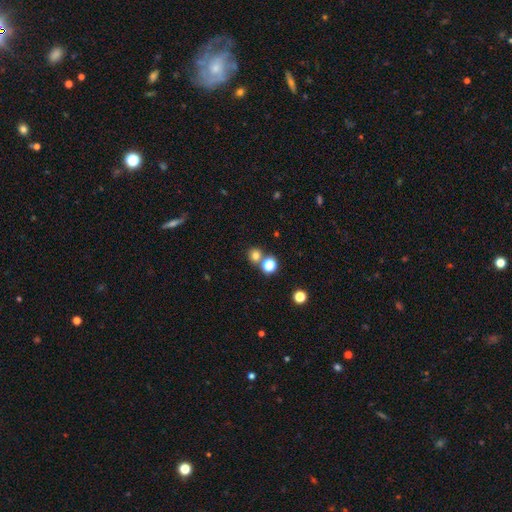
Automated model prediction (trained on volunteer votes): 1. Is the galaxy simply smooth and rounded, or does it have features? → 75% smooth, 19% star or artifact, 6% featured or disk.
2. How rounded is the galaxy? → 89% round, 10% in between, 1% cigar-shaped.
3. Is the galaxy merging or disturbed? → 69% none, 21% merger, 6% minor disturbance, 3% major disturbance.